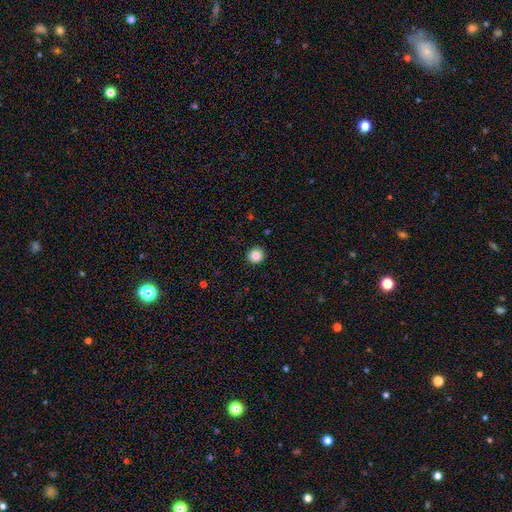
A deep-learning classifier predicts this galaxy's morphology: Overall: smooth (87%). How rounded: round (93%). Merging: none (93%).